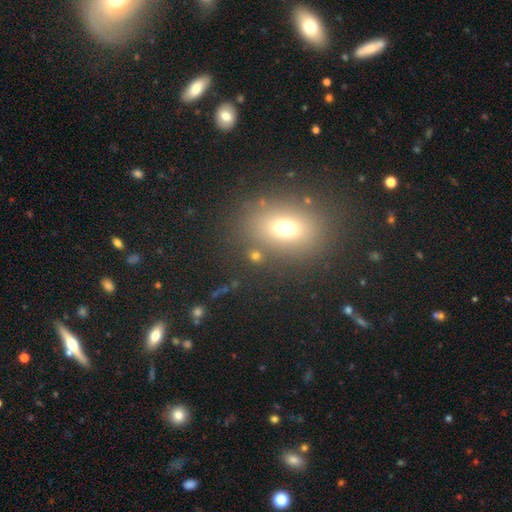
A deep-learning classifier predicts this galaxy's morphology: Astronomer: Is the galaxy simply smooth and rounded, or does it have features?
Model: smooth — 65%.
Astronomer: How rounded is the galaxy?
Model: round — 53% (runner-up: in between, 44%).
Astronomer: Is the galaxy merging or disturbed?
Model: none — 74%.